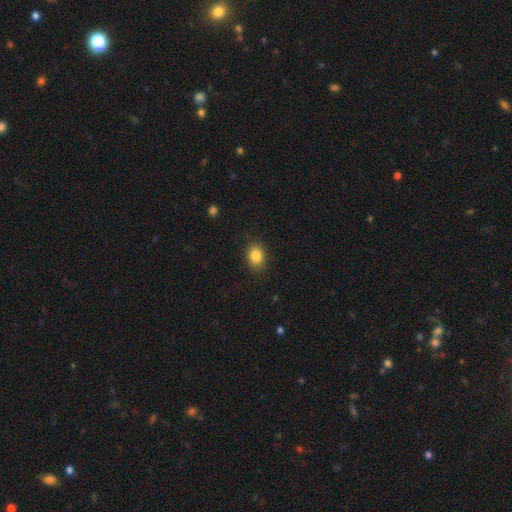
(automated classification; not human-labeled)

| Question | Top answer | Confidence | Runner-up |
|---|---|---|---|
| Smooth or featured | smooth | 85% | star or artifact (9%) |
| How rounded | in between | 65% | round (34%) |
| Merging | none | 88% | minor disturbance (9%) |